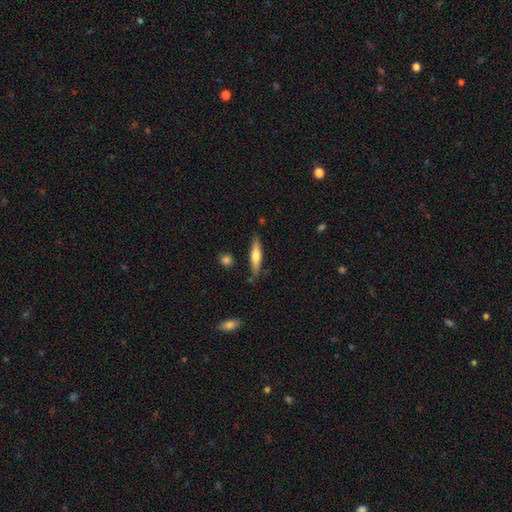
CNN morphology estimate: A smooth galaxy with no disk features (52%) that is cigar-shaped (77%). Merging: none (81%).